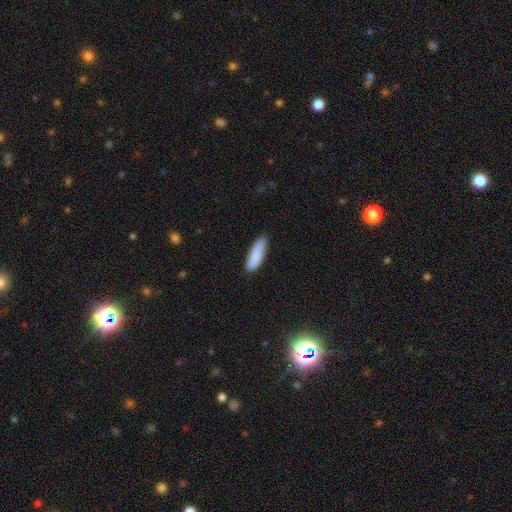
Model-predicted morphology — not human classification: Q: Smooth or featured?
A: smooth (87%); runner-up: featured or disk (7%)
Q: How rounded?
A: cigar-shaped (51%); runner-up: in between (48%)
Q: Merging?
A: none (84%); runner-up: minor disturbance (13%)